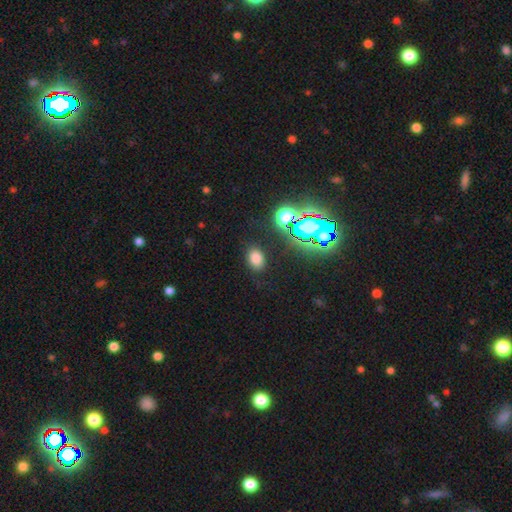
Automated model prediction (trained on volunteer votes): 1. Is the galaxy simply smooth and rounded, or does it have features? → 73% smooth, 20% star or artifact, 7% featured or disk.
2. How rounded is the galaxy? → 79% in between, 20% round, 1% cigar-shaped.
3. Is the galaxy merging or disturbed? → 84% none, 10% minor disturbance, 4% major disturbance, 2% merger.